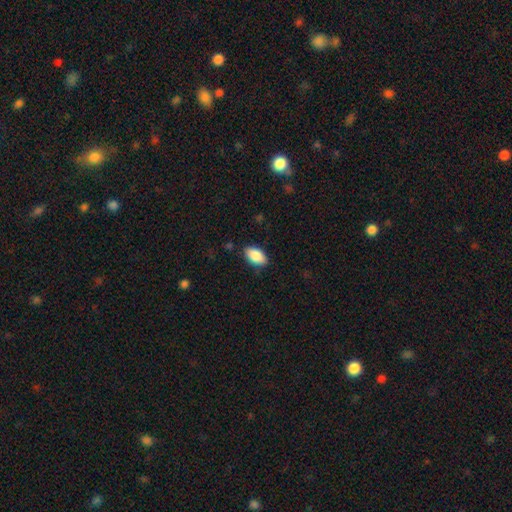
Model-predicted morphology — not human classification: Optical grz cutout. It shows a smooth galaxy with no disk features (88%) that is in between round and cigar-shaped (93%). Merging: none (84%).